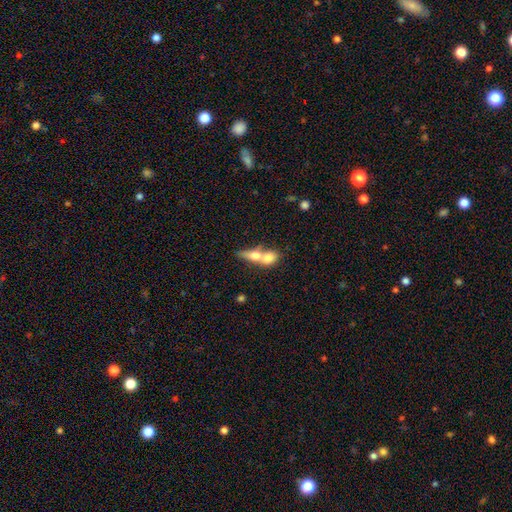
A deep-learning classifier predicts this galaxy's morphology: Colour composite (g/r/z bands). It shows a smooth galaxy with no disk features (65%) that is in between round and cigar-shaped (56%). Merging: merger (73%).